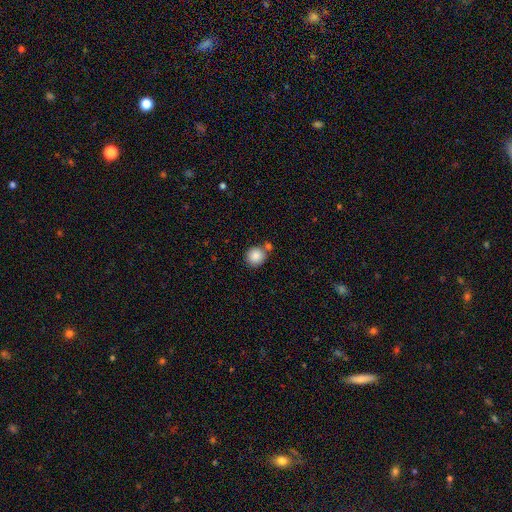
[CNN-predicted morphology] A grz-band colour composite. It shows a smooth galaxy with no disk features (87%) that is round (87%). Merging: none (69%).